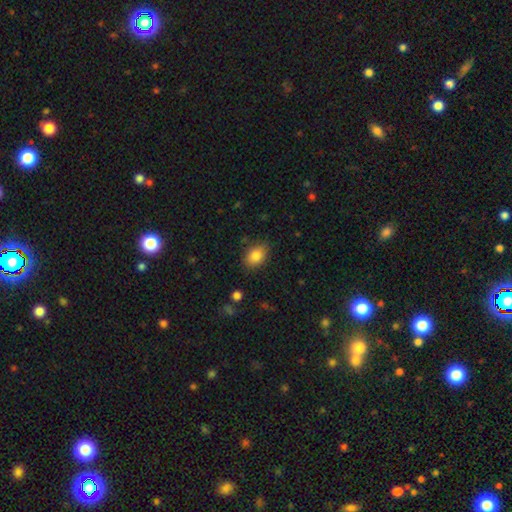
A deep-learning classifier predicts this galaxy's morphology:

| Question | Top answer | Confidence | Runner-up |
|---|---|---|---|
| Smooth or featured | smooth | 85% | star or artifact (8%) |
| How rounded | in between | 77% | round (21%) |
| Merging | none | 81% | minor disturbance (15%) |